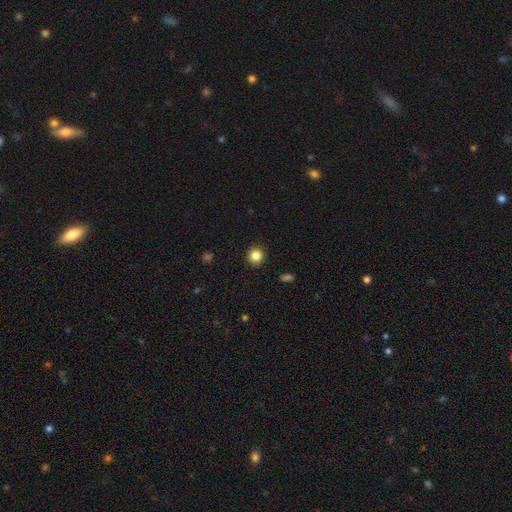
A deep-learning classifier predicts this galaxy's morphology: This appears to be a smooth galaxy with no disk features (85%) that is round (90%). Merging: none (92%).